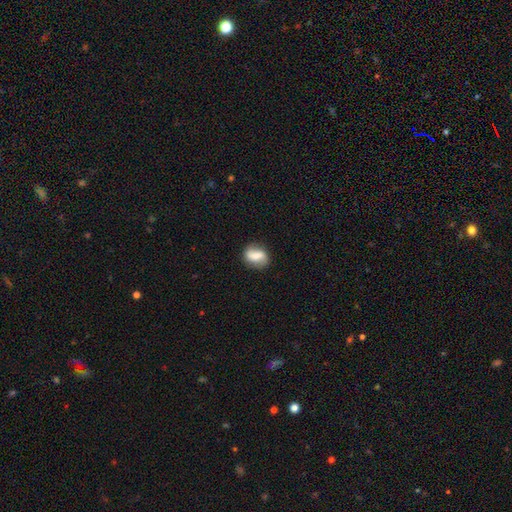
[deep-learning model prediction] A smooth galaxy with no disk features (51%) that is in between round and cigar-shaped (59%).

Vote fractions:
- Smooth or featured? smooth: 51% / featured or disk: 41% / star or artifact: 8%
- How rounded? in between: 59% / round: 39% / cigar-shaped: 3%
- Merging? none: 79% / minor disturbance: 15% / major disturbance: 4% / merger: 2%